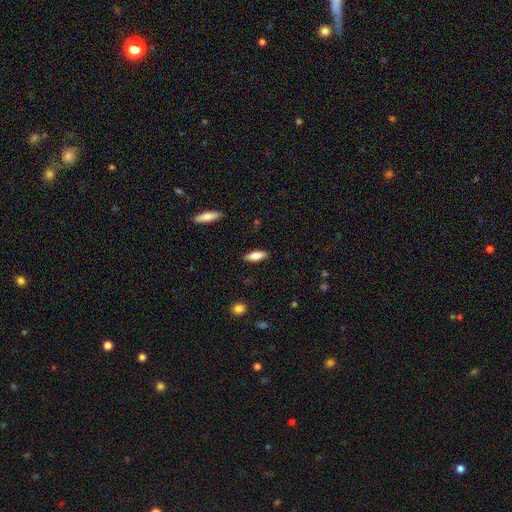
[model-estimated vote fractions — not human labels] Smooth or featured? smooth (80%)
How rounded? in between (70%)
Merging? none (88%)